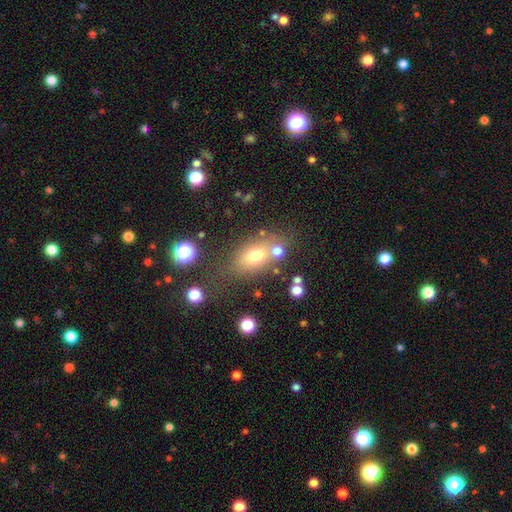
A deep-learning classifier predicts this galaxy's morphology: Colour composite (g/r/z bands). It shows a smooth galaxy with no disk features (68%) that is in between round and cigar-shaped (73%). Merging: none (62%).